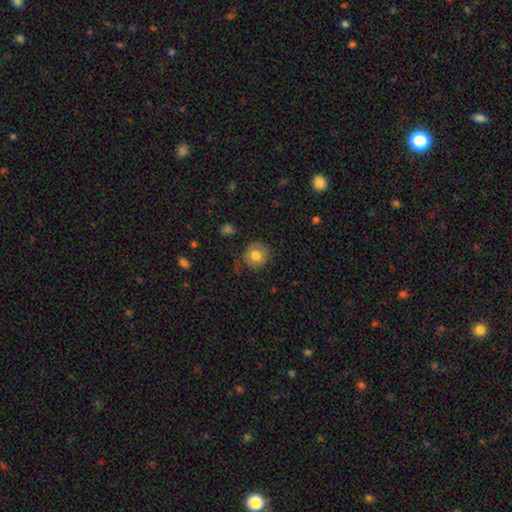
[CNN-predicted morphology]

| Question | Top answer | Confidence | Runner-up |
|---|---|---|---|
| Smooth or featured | smooth | 78% | featured or disk (13%) |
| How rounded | round | 87% | in between (12%) |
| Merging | none | 77% | minor disturbance (17%) |